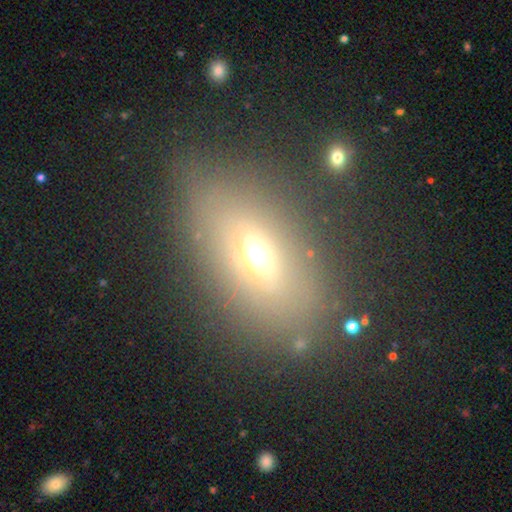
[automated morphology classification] smooth 54%, featured or disk 29%, star or artifact 17%. Down the decision tree: how rounded — in between (79%); merging — none (78%).